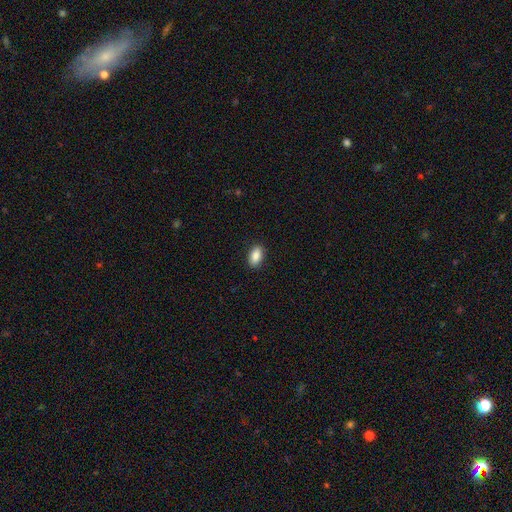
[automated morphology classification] This appears to be a smooth galaxy with no disk features (88%) that is in between round and cigar-shaped (92%). Merging: none (89%).